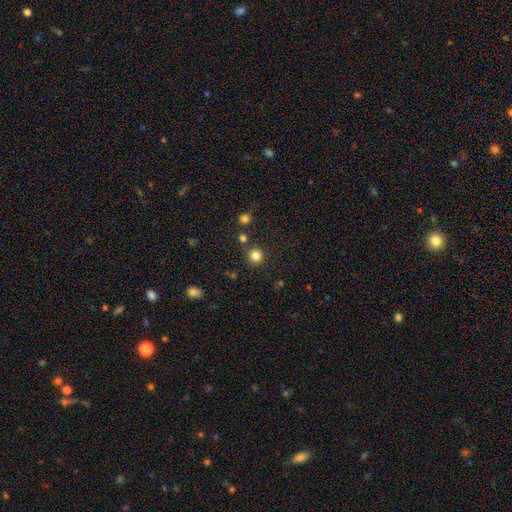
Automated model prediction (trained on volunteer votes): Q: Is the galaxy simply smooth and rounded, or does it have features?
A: smooth — 81%.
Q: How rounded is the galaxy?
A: round — 93%.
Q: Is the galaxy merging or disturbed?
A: none — 82%.